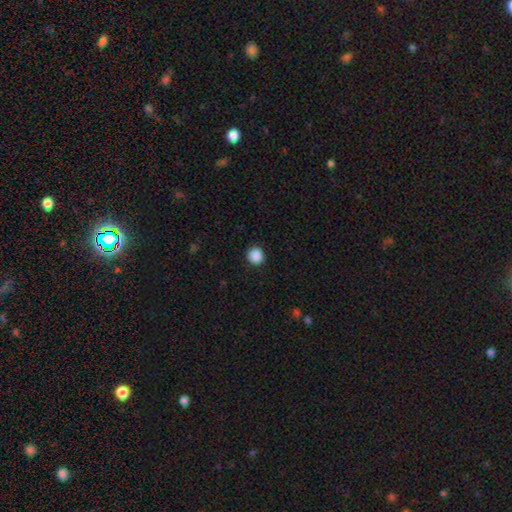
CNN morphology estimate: smooth 89%, star or artifact 9%, featured or disk 2%. Down the decision tree: how rounded — round (93%); merging — none (91%).